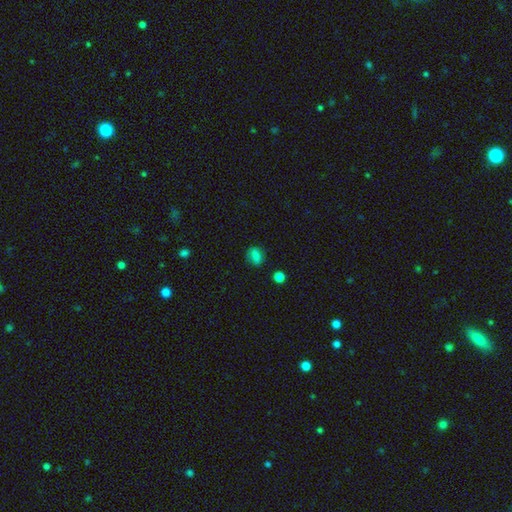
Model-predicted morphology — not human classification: Smooth or featured: smooth — 80% (star or artifact — 13%)
How rounded: in between — 70% (round — 27%)
Merging: none — 76% (minor disturbance — 17%)